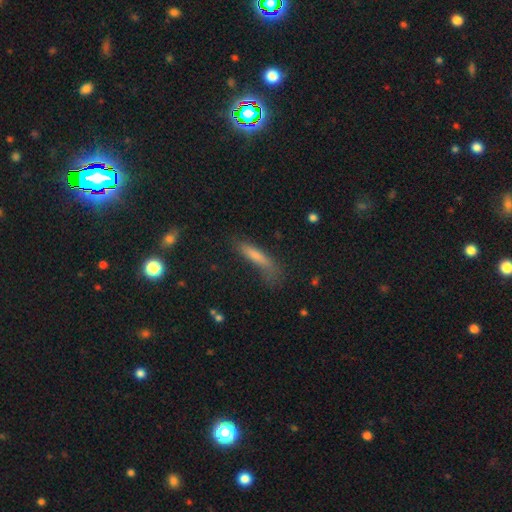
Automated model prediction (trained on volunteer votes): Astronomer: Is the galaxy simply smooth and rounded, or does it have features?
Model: smooth — 68%.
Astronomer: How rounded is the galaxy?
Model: cigar-shaped — 83%.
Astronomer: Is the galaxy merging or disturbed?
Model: none — 52% (runner-up: minor disturbance, 28%).